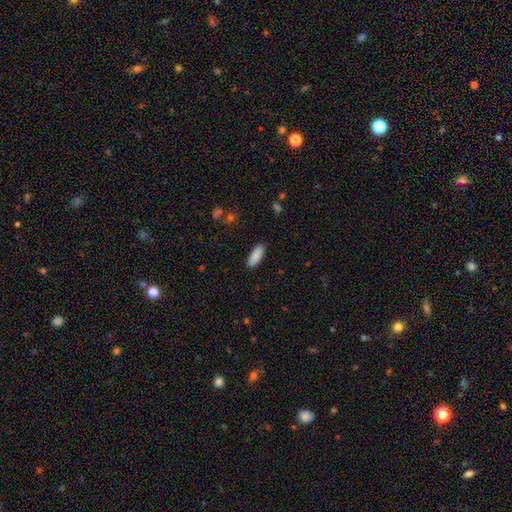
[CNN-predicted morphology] Q: Smooth or featured?
A: smooth (88%); runner-up: star or artifact (6%)
Q: How rounded?
A: in between (78%); runner-up: cigar-shaped (20%)
Q: Merging?
A: none (88%); runner-up: minor disturbance (9%)